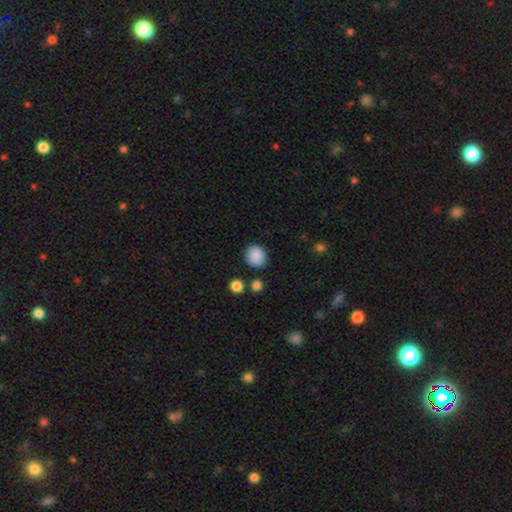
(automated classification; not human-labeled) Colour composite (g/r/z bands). It shows a smooth galaxy with no disk features (87%) that is round (80%). Merging: none (79%).